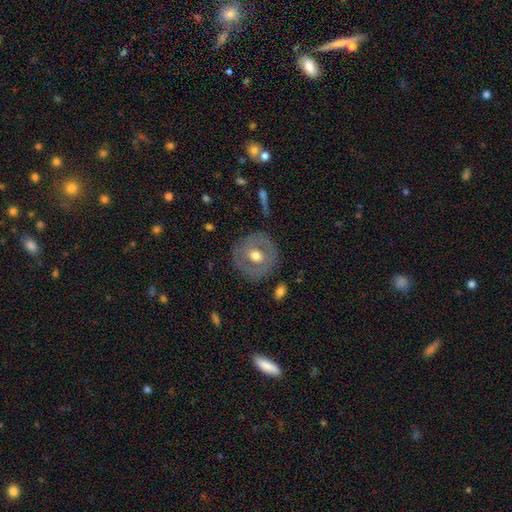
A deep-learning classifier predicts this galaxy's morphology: This appears to be a featured or disk galaxy (47%). Merging: none (82%).